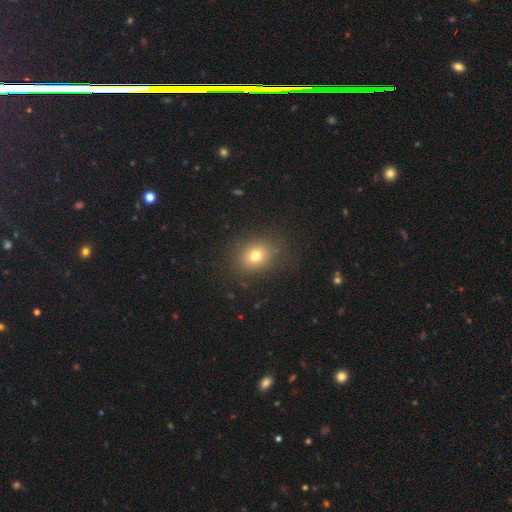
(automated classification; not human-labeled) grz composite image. It shows a smooth galaxy with no disk features (75%) that is round (62%). Merging: none (84%).